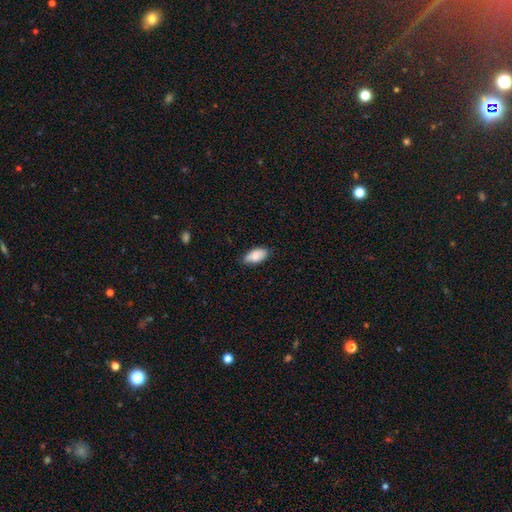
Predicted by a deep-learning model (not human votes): Smooth or featured? smooth (81%)
How rounded? in between (92%)
Merging? none (74%)